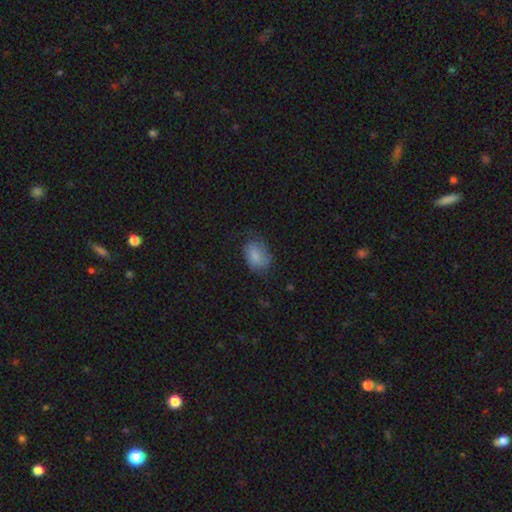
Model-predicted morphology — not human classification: A smooth galaxy with no disk features (75%) that is in between round and cigar-shaped (80%).

Vote fractions:
- Smooth or featured? smooth: 75% / featured or disk: 17% / star or artifact: 8%
- How rounded? in between: 80% / round: 19% / cigar-shaped: 1%
- Merging? none: 54% / minor disturbance: 30% / major disturbance: 15% / merger: 1%